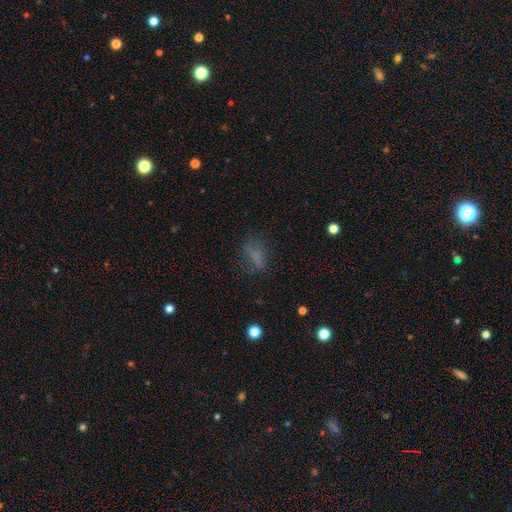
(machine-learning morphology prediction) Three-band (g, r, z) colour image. It shows a smooth galaxy with no disk features (61%) that is in between round and cigar-shaped (69%). Merging: none (59%).